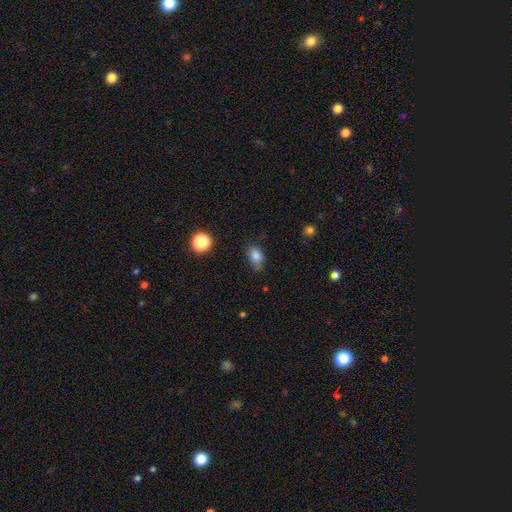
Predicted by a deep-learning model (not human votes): This is clearly a smooth galaxy (82%). How rounded: likely in between (74%). Merging: possibly none (57%).